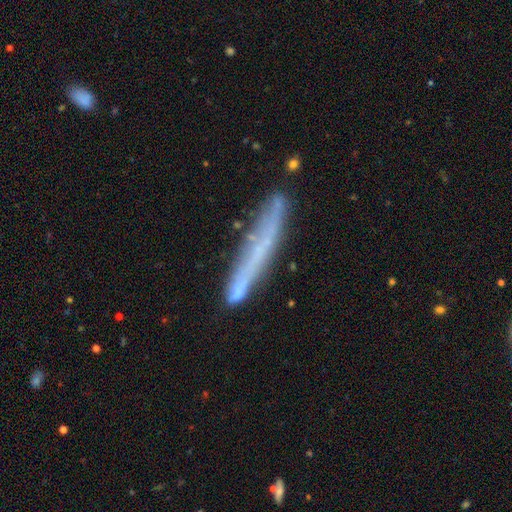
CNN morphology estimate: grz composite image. It shows a smooth galaxy with no disk features (46%). Merging: none (74%).